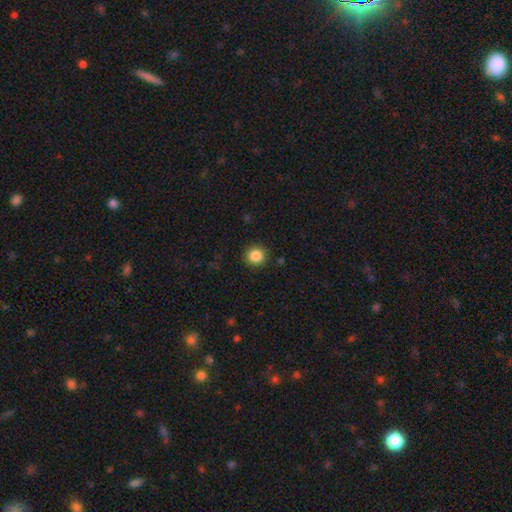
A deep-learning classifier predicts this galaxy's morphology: type=smooth (86%); roundness=round (92%); merging=none (90%).